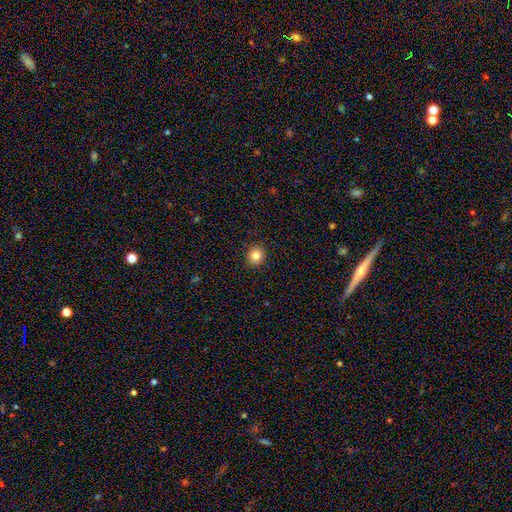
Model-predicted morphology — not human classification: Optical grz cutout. It shows a smooth galaxy with no disk features (83%) that is round (80%). Merging: none (91%).